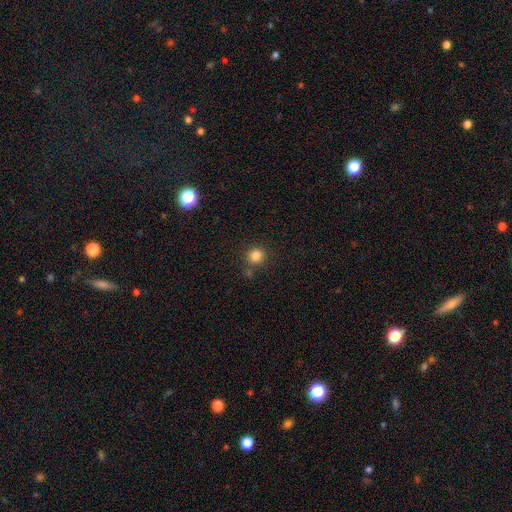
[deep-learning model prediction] Smooth or featured? Predicted: smooth (p=0.83). How rounded? Predicted: round (p=0.92). Merging? Predicted: none (p=0.80).